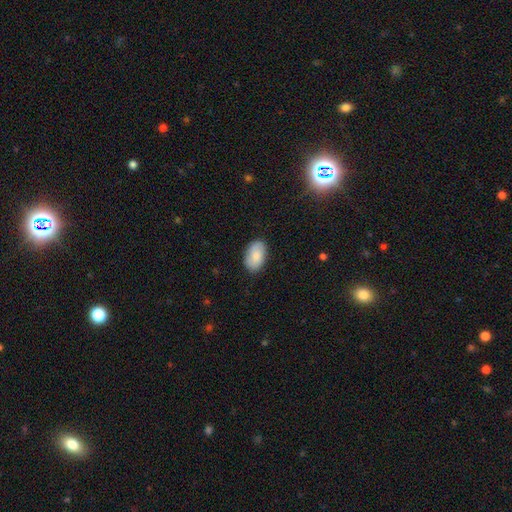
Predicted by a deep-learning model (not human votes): A smooth galaxy with no disk features (81%) that is in between round and cigar-shaped (92%). Merging: none (83%).